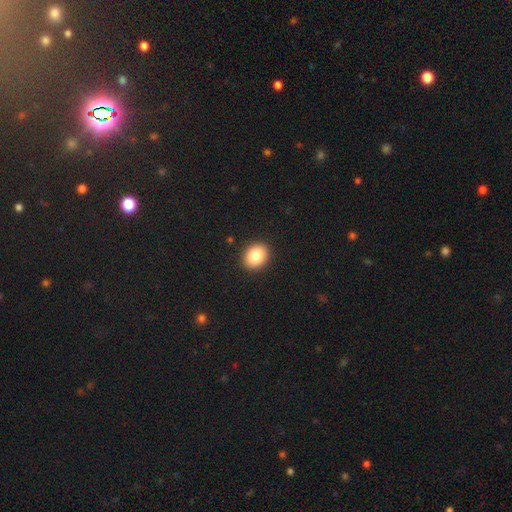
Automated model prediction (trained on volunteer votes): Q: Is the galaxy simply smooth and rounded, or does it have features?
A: smooth — 84%.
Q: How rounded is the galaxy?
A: round — 59%.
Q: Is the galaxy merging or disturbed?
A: none — 92%.